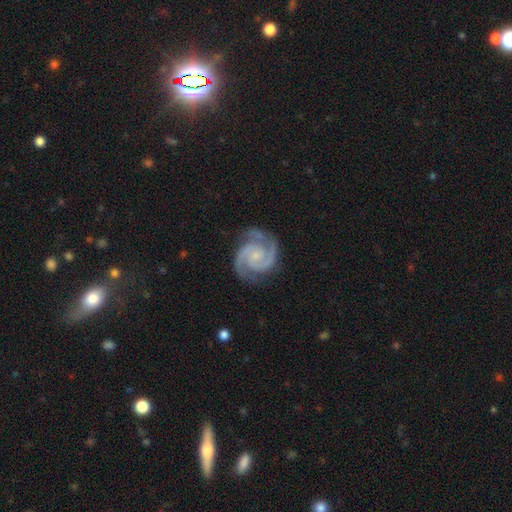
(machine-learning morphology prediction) Smooth or featured?
  - featured or disk: 94% *
  - star or artifact: 4%
  - smooth: 3%
Edge-on disk?
  - no: 98% *
  - yes: 2%
Bar?
  - no: 67% *
  - weak: 26%
  - strong: 7%
Spiral arms?
  - yes: 99% *
  - no: 1%
Spiral winding?
  - tight: 51% *
  - medium: 45%
  - loose: 4%
Spiral arm count?
  - 2: 87% *
  - 3: 8%
  - can't tell: 2%
  - 4: 1%
  - 1: 1%
  - more than 4: 1%
Bulge size?
  - small: 66% *
  - moderate: 20%
  - none: 11%
  - large: 1%
  - dominant: 1%
Merging?
  - none: 81% *
  - minor disturbance: 14%
  - major disturbance: 4%
  - merger: 1%